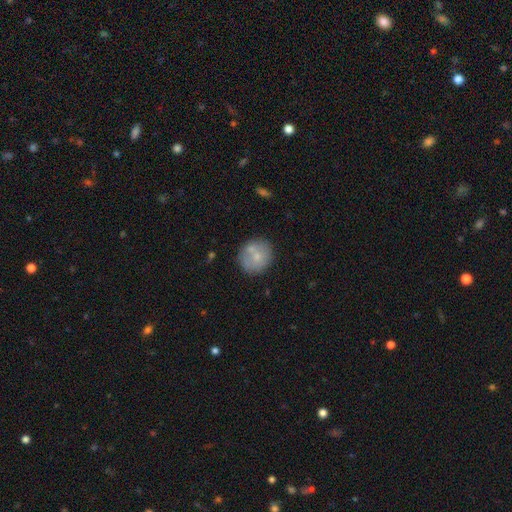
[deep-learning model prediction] Q: Smooth or featured?
A: smooth (66%); runner-up: featured or disk (27%)
Q: How rounded?
A: round (86%); runner-up: in between (13%)
Q: Merging?
A: none (64%); runner-up: minor disturbance (16%)